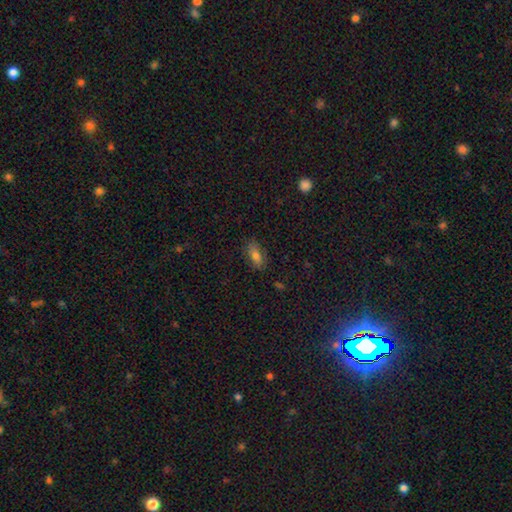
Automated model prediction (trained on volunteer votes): Q: Smooth or featured?
A: smooth (75%); runner-up: featured or disk (15%)
Q: How rounded?
A: in between (83%); runner-up: cigar-shaped (12%)
Q: Merging?
A: none (81%); runner-up: minor disturbance (14%)